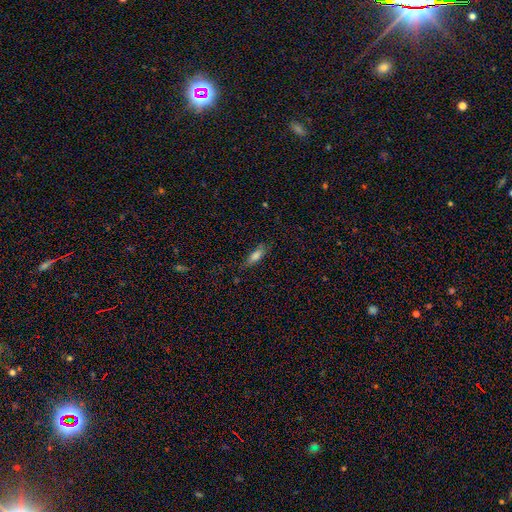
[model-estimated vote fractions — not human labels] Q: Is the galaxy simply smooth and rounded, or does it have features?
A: smooth — 76%.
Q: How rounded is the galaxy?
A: in between — 63%.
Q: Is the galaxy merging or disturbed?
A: none — 71%.